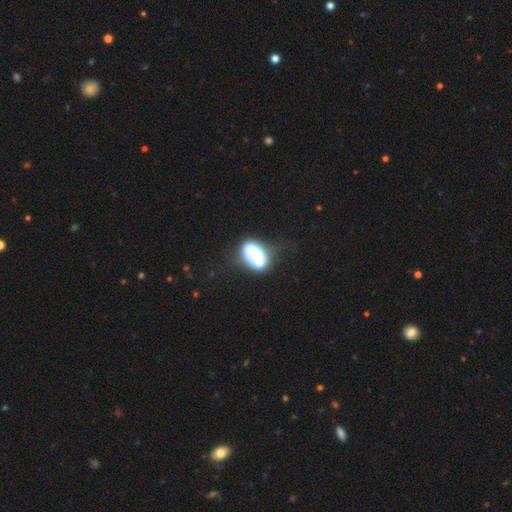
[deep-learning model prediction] The model was most divided on "merging": none: 39%, minor disturbance: 30%, major disturbance: 19%, merger: 12%. More confident: how rounded — in between (88%); smooth or featured — smooth (65%).